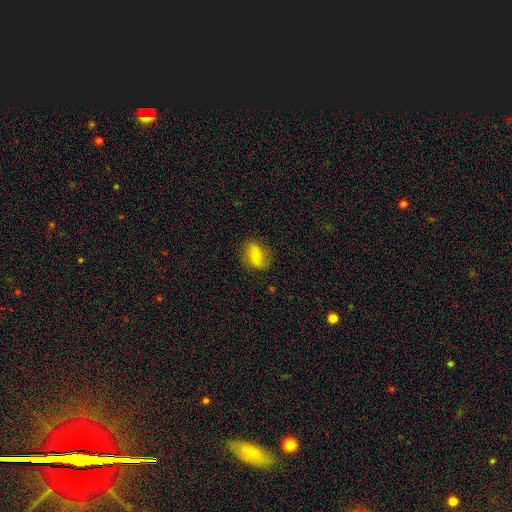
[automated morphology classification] Smooth or featured: smooth — 66% (featured or disk — 25%)
How rounded: in between — 78% (round — 19%)
Merging: none — 79% (minor disturbance — 16%)